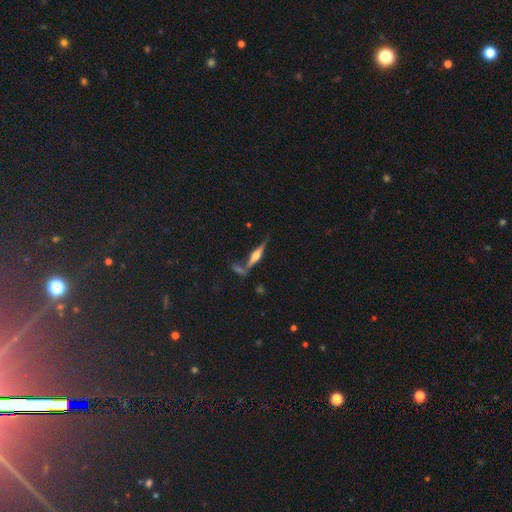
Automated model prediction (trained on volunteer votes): The model was most divided on "smooth or featured": featured or disk: 70%, smooth: 22%, star or artifact: 8%. More confident: edge-on disk — yes (96%); edge-on bulge — rounded (86%); merging — none (69%).